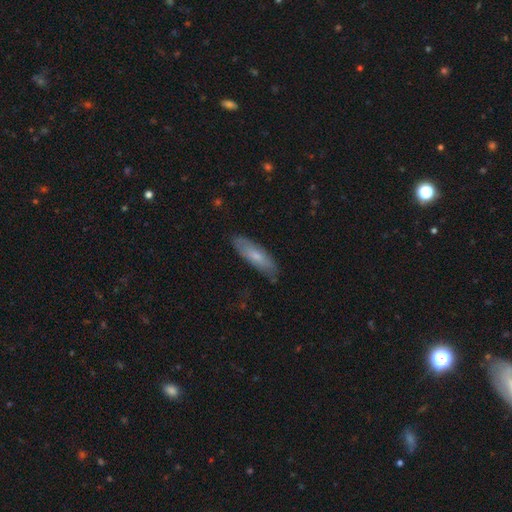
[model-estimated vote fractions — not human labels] A smooth galaxy with no disk features (63%) that is cigar-shaped (54%).

Vote fractions:
- Smooth or featured? smooth: 63% / featured or disk: 31% / star or artifact: 6%
- How rounded? cigar-shaped: 54% / in between: 44% / round: 2%
- Merging? none: 80% / minor disturbance: 16% / major disturbance: 3% / merger: 1%